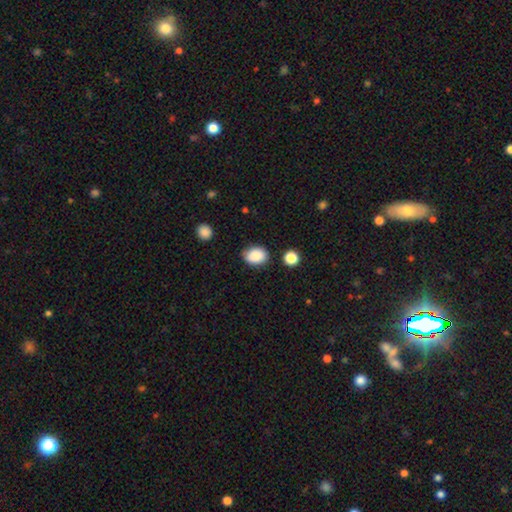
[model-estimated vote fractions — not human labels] A smooth galaxy with no disk features (88%) that is in between round and cigar-shaped (69%). Merging: none (81%).